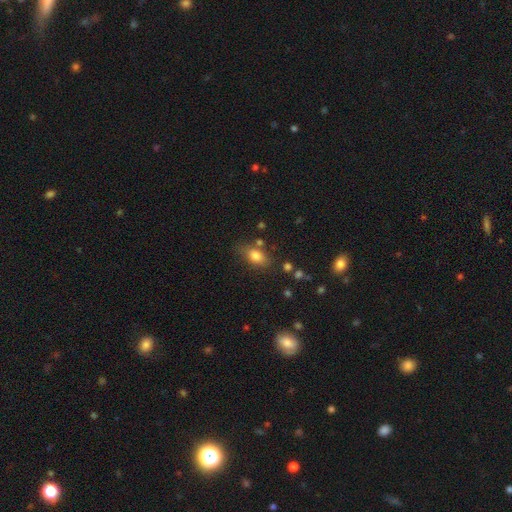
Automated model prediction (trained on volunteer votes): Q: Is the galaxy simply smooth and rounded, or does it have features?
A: smooth — 80%.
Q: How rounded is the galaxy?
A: in between — 83%.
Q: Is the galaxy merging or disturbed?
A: none — 70%.